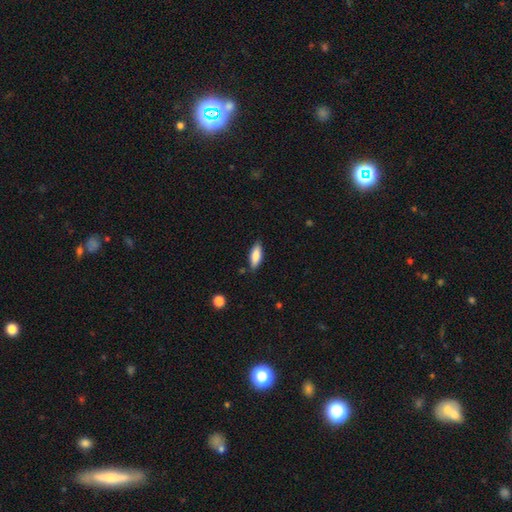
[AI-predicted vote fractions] Q: Smooth or featured?
A: smooth (83%); runner-up: featured or disk (10%)
Q: How rounded?
A: in between (70%); runner-up: cigar-shaped (28%)
Q: Merging?
A: none (82%); runner-up: minor disturbance (13%)